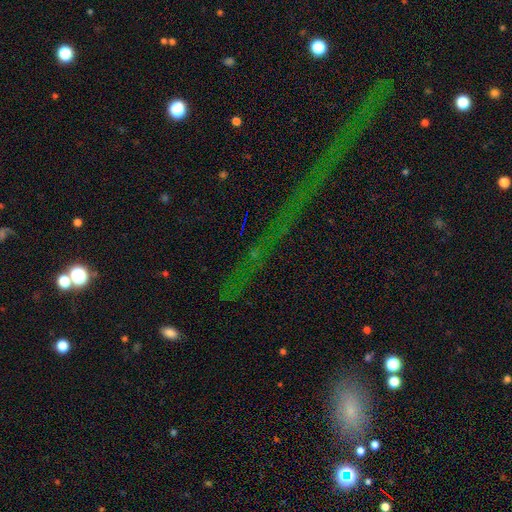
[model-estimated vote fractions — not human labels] Smooth or featured? star or artifact (71%)